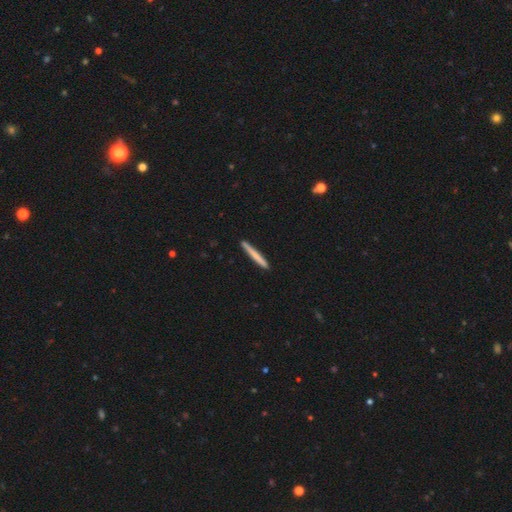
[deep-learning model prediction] Morphology: type=smooth (71%); roundness=cigar-shaped (97%); merging=none (91%).